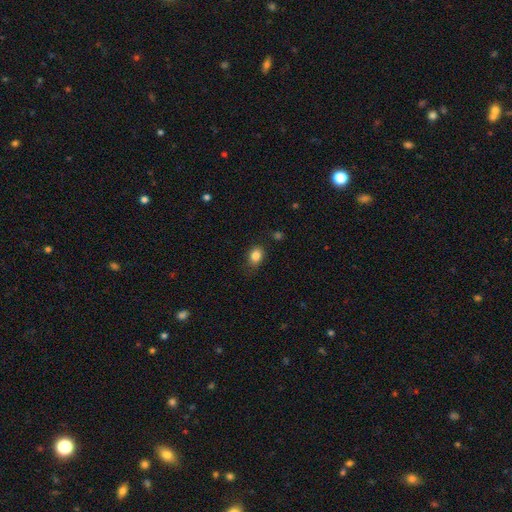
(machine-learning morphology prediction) smooth 84%, star or artifact 10%, featured or disk 5%. Down the decision tree: how rounded — in between (60%); merging — none (77%).